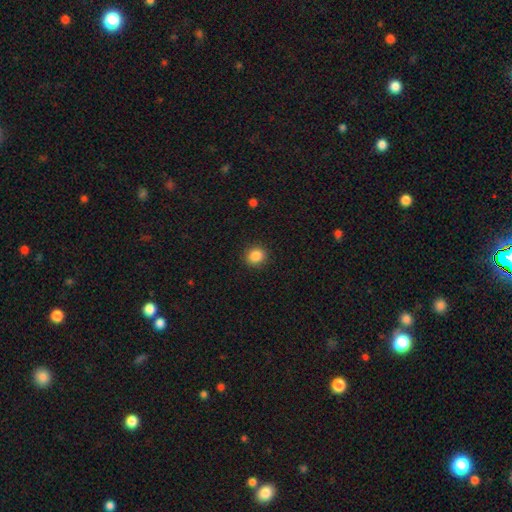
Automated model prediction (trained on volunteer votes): A smooth galaxy with no disk features (87%) that is round (82%). Merging: none (91%).